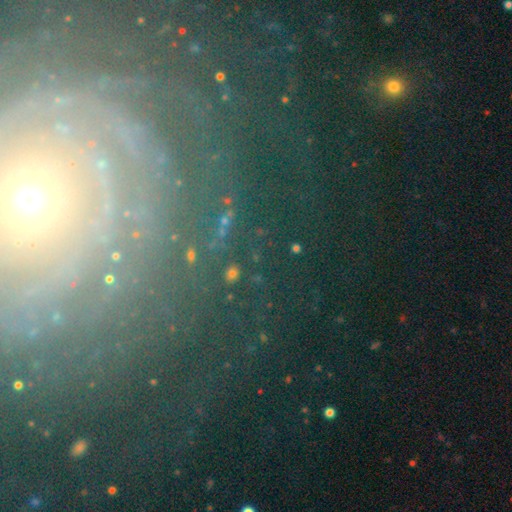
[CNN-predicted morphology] A featured or disk galaxy (45%).

Vote fractions:
- Smooth or featured? featured or disk: 45% / star or artifact: 38% / smooth: 16%
- Merging? none: 74% / minor disturbance: 12% / major disturbance: 8% / merger: 5%